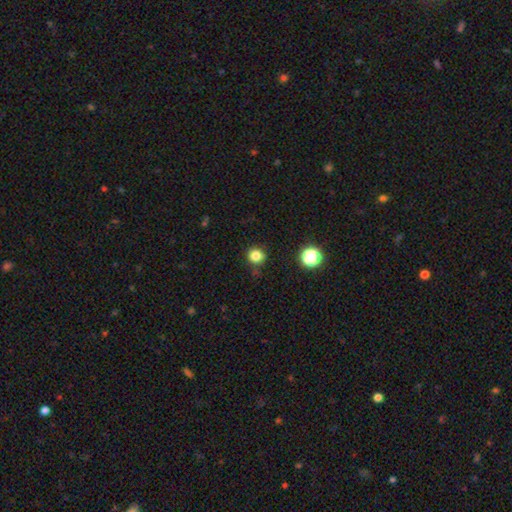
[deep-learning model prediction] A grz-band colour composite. It shows a smooth galaxy with no disk features (82%) that is round (85%). Merging: none (81%).